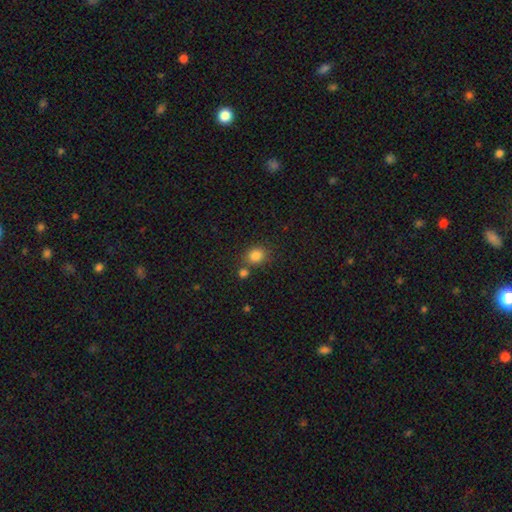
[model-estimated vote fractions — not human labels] This appears to be a smooth galaxy with no disk features (83%) that is round (69%). Merging: none (66%).